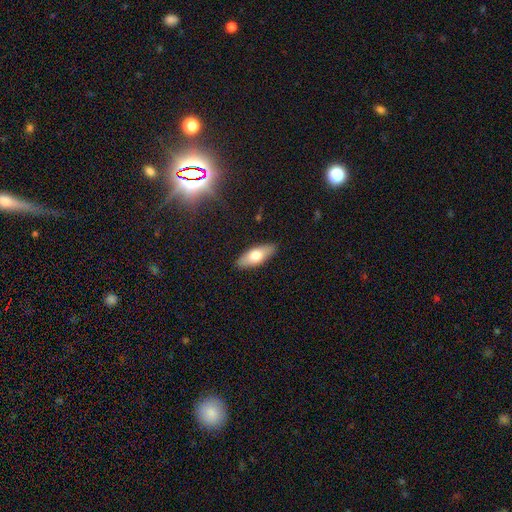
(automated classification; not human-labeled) The model was most divided on "smooth or featured": smooth: 68%, featured or disk: 25%, star or artifact: 6%. More confident: merging — none (88%); how rounded — in between (76%).